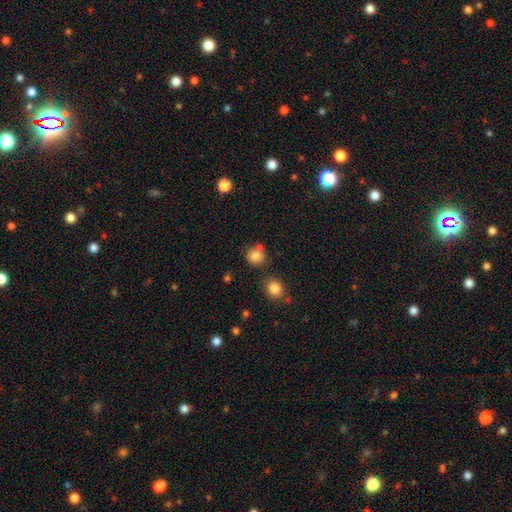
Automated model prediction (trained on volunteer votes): A smooth galaxy with no disk features (81%) that is round (86%). Merging: none (69%).